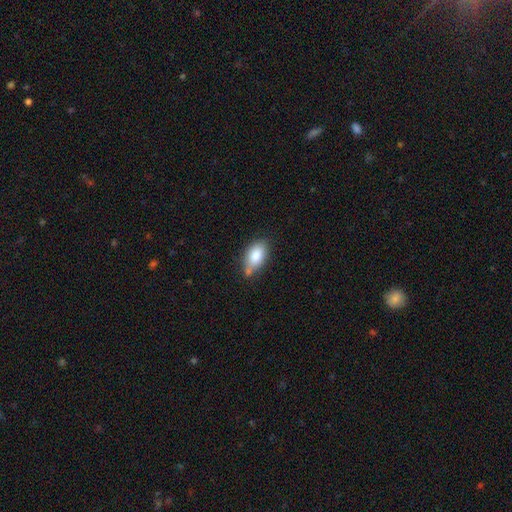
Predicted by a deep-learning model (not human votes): Smooth or featured: smooth — 84% (featured or disk — 9%)
How rounded: in between — 91% (round — 7%)
Merging: none — 59% (minor disturbance — 25%)